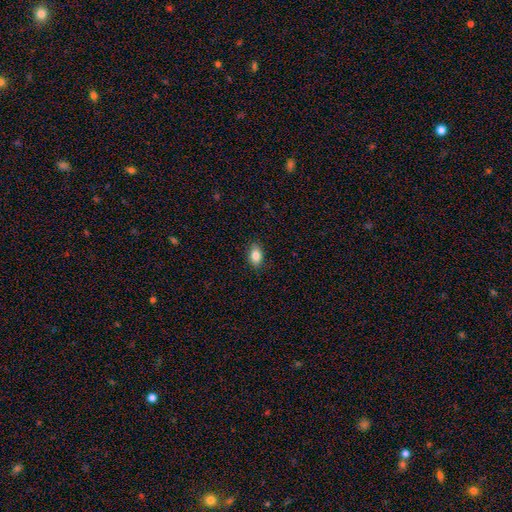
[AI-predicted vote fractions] Morphology: type=smooth (84%); roundness=in between (87%); merging=none (88%).